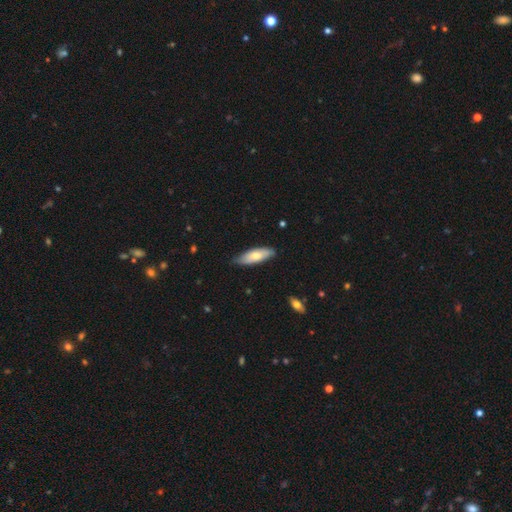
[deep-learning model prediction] A smooth galaxy with no disk features (68%) that is in between round and cigar-shaped (60%). Merging: none (79%).